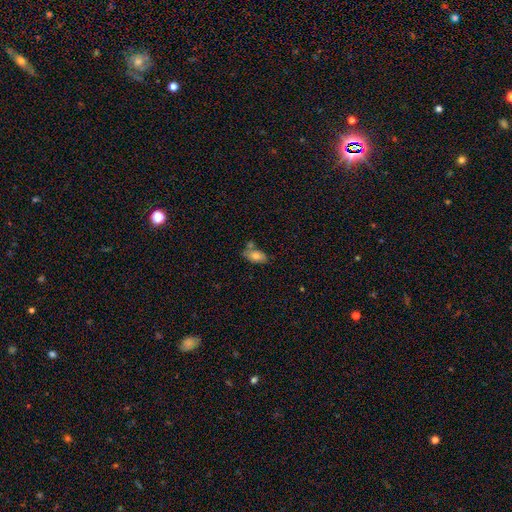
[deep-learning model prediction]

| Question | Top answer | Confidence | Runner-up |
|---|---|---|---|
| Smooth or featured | smooth | 77% | featured or disk (15%) |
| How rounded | in between | 91% | round (5%) |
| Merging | none | 57% | merger (19%) |